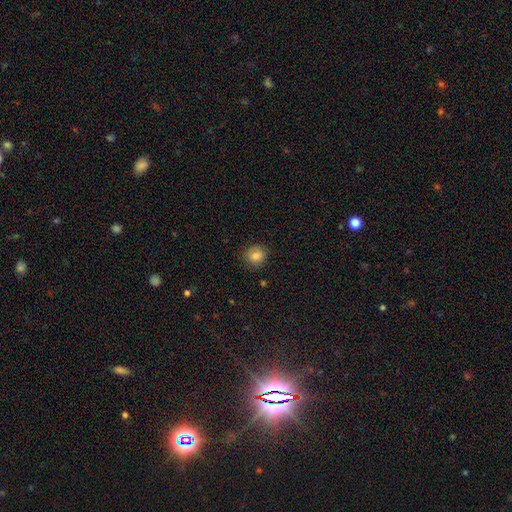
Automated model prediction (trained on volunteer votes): Smooth or featured: smooth — 84% (star or artifact — 10%)
How rounded: round — 84% (in between — 15%)
Merging: none — 86% (minor disturbance — 11%)